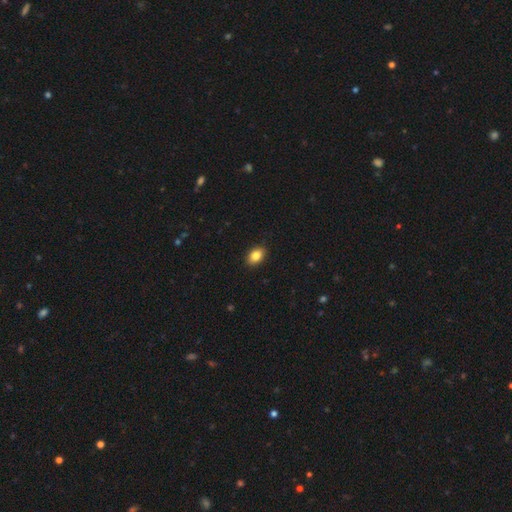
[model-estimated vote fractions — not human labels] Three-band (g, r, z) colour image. It shows a smooth galaxy with no disk features (84%) that is in between round and cigar-shaped (82%). Merging: none (90%).